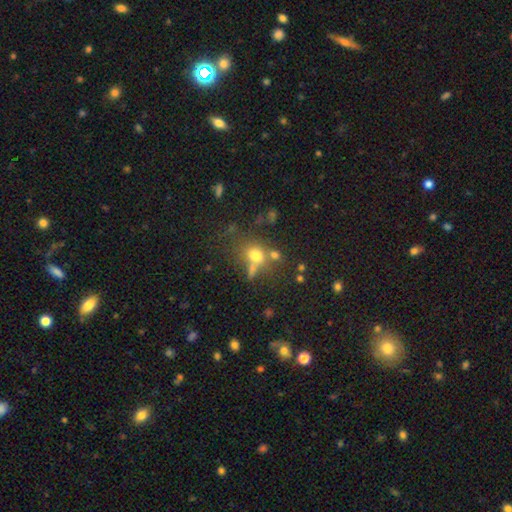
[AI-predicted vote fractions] Morphology: type=smooth (67%); roundness=round (61%); merging=none (51%).